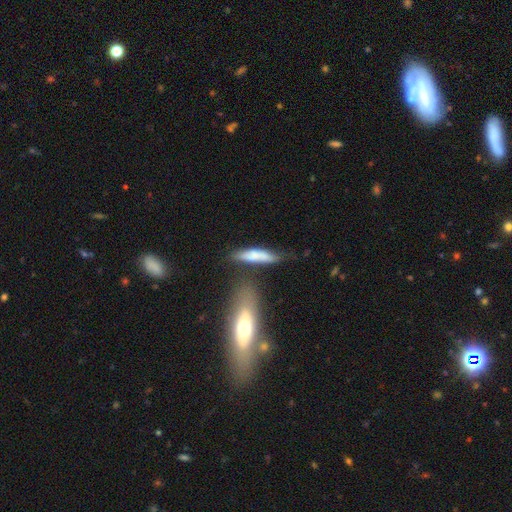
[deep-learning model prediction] Smooth or featured: smooth — 67% (featured or disk — 26%)
How rounded: cigar-shaped — 74% (in between — 24%)
Merging: none — 53% (minor disturbance — 23%)